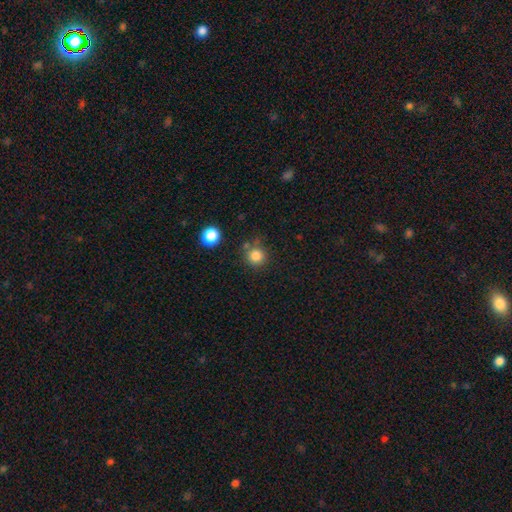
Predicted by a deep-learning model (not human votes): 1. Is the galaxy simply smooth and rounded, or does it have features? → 83% smooth, 12% star or artifact, 5% featured or disk.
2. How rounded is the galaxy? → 93% round, 6% in between, 1% cigar-shaped.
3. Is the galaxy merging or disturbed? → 75% none, 12% minor disturbance, 9% merger, 4% major disturbance.